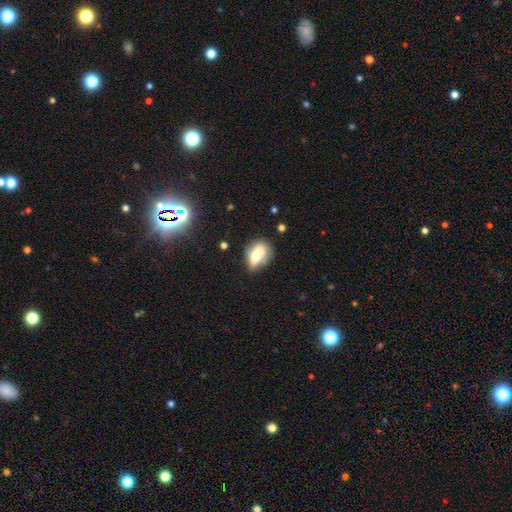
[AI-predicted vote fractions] This appears to be a smooth galaxy with no disk features (54%) that is in between round and cigar-shaped (63%). Merging: none (40%).